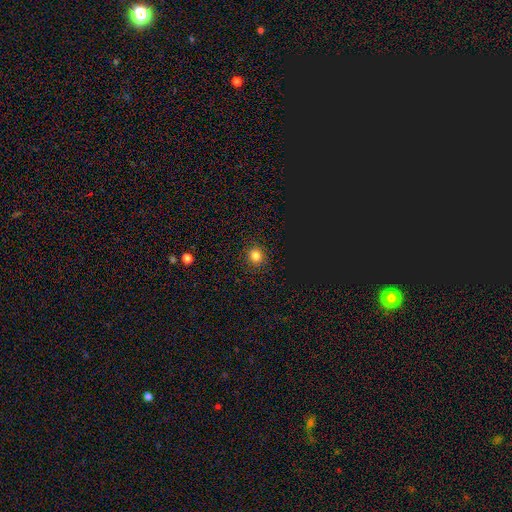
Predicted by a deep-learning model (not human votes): A smooth galaxy with no disk features (80%) that is round (85%). Merging: none (90%).